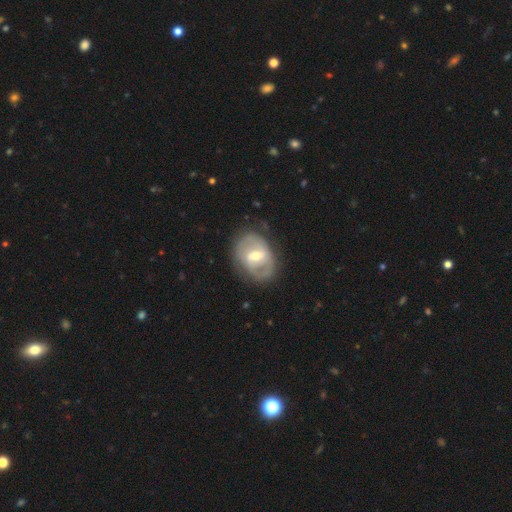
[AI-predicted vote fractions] This appears to be a featured or disk galaxy (73%) with a weak bar (53%), 2 (68%) tight (42%) spiral arms (76%) and a moderate central bulge (62%). Merging: none (74%).